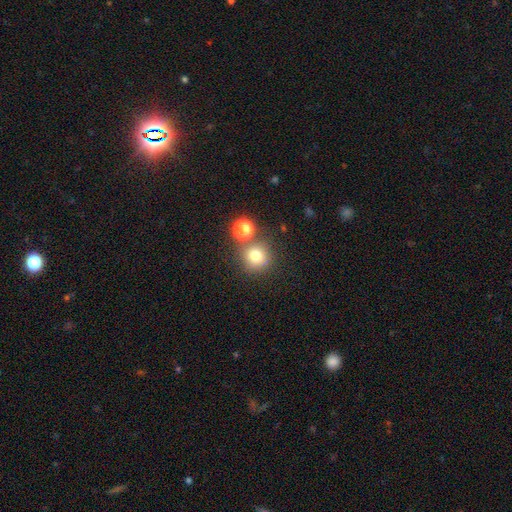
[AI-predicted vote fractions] The model was most divided on "merging": none: 71%, merger: 17%, minor disturbance: 9%, major disturbance: 3%. More confident: how rounded — round (92%); smooth or featured — smooth (76%).